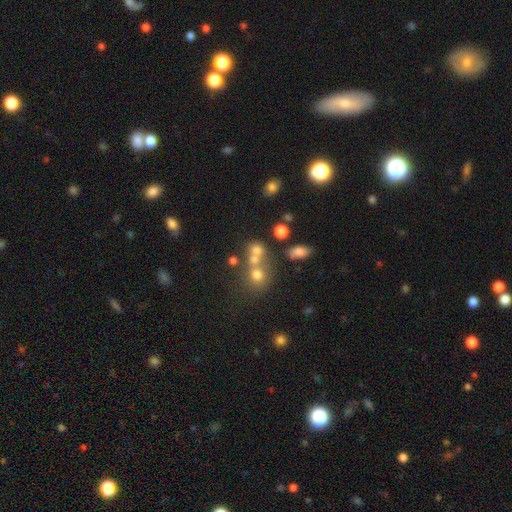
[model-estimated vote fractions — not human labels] Smooth or featured? smooth (62%)
How rounded? round (71%)
Merging? merger (48%)